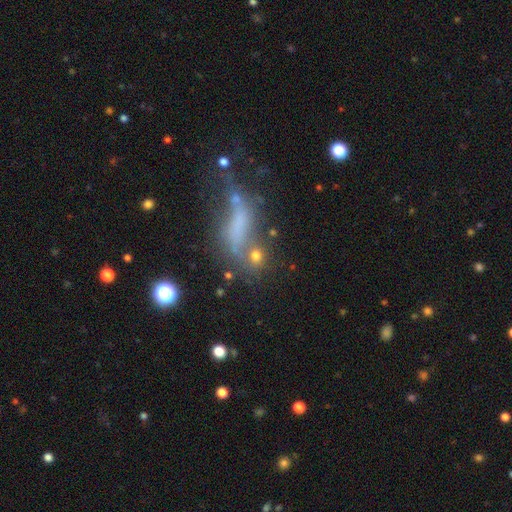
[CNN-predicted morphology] Smooth or featured?
  - smooth: 63% *
  - star or artifact: 19%
  - featured or disk: 18%
How rounded?
  - round: 55% *
  - in between: 35%
  - cigar-shaped: 10%
Merging?
  - none: 51% *
  - merger: 23%
  - minor disturbance: 14%
  - major disturbance: 12%